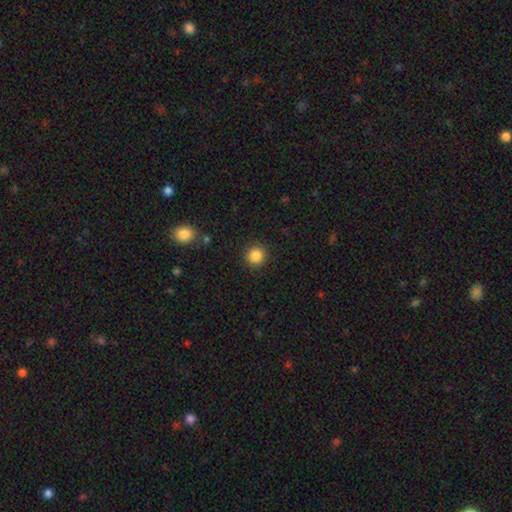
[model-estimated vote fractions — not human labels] Q: Smooth or featured?
A: smooth (86%); runner-up: star or artifact (11%)
Q: How rounded?
A: round (93%); runner-up: in between (6%)
Q: Merging?
A: none (90%); runner-up: minor disturbance (6%)